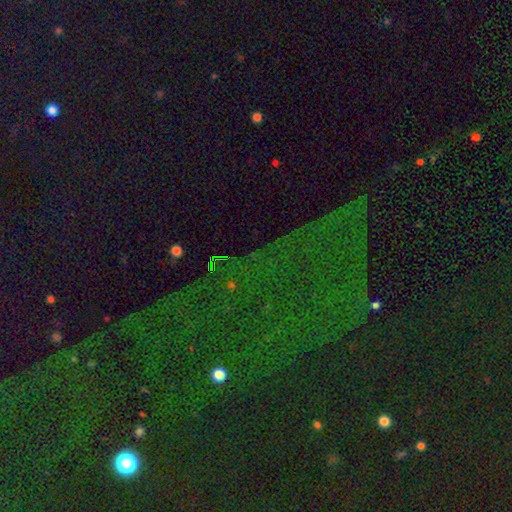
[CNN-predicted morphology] The model was most divided on "smooth or featured": star or artifact: 83%, smooth: 9%, featured or disk: 7%.